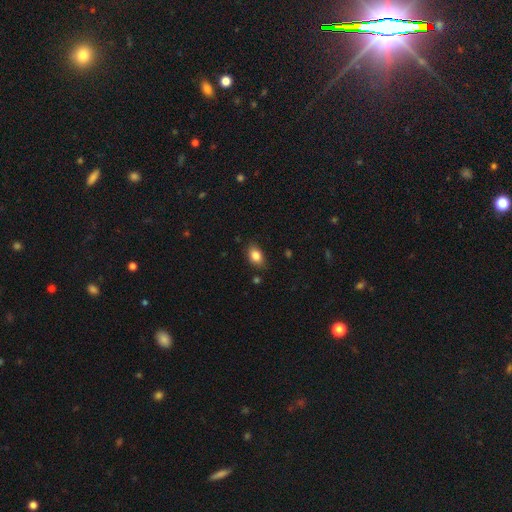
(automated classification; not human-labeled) This appears to be a smooth galaxy with no disk features (85%) that is in between round and cigar-shaped (80%). Merging: none (80%).